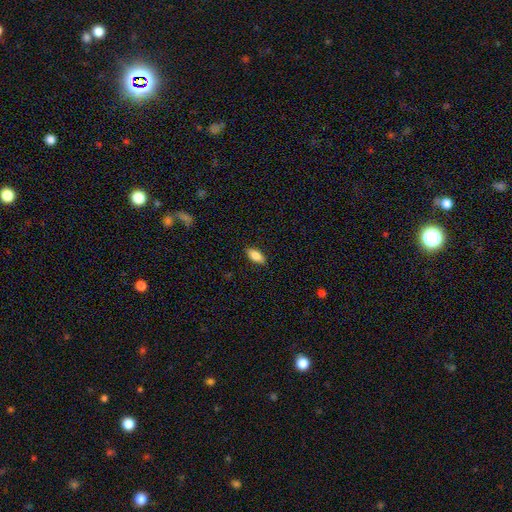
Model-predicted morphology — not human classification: type=smooth (80%); roundness=in between (84%); merging=none (88%).